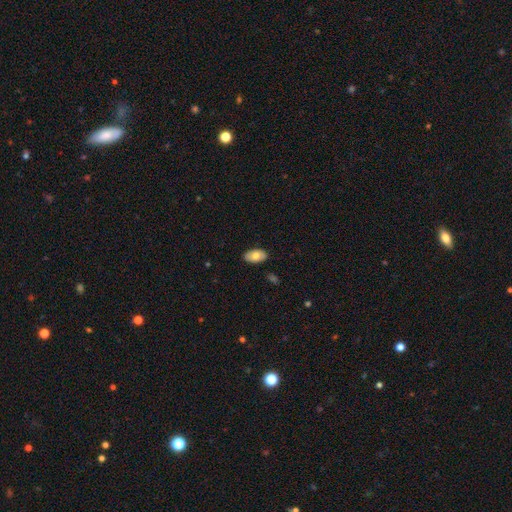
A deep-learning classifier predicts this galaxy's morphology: The model was most divided on "smooth or featured": smooth: 75%, featured or disk: 18%, star or artifact: 6%. More confident: how rounded — in between (95%); merging — none (88%).